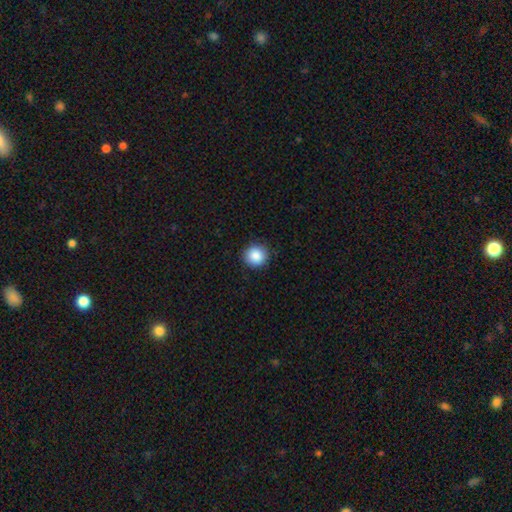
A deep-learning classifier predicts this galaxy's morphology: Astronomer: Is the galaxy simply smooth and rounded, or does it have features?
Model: smooth — 88%.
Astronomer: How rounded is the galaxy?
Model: round — 93%.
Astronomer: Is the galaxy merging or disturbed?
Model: none — 91%.